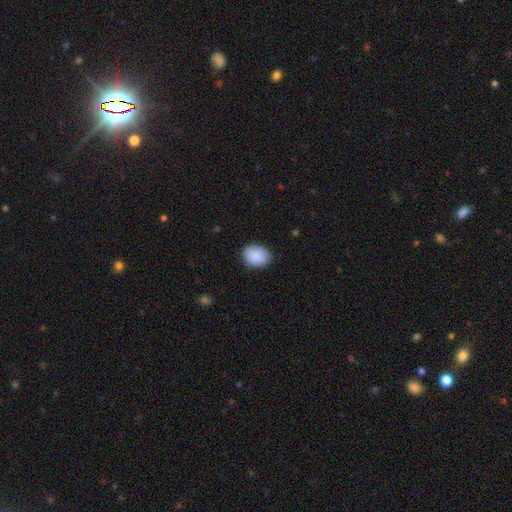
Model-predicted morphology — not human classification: Smooth or featured? smooth (90%)
How rounded? in between (62%)
Merging? none (86%)